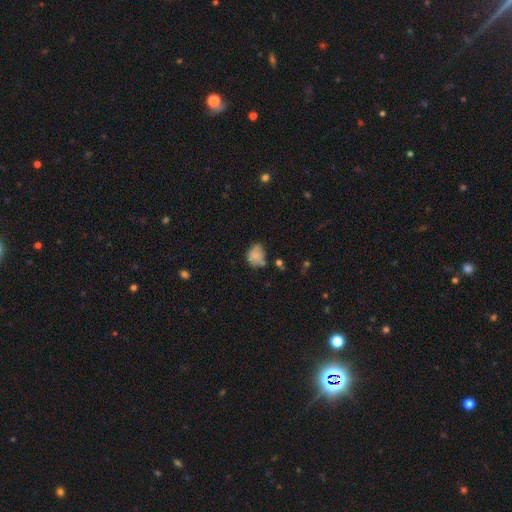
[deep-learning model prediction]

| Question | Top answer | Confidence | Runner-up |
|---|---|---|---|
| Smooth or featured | smooth | 77% | featured or disk (13%) |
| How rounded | round | 52% | in between (47%) |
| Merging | none | 51% | minor disturbance (30%) |